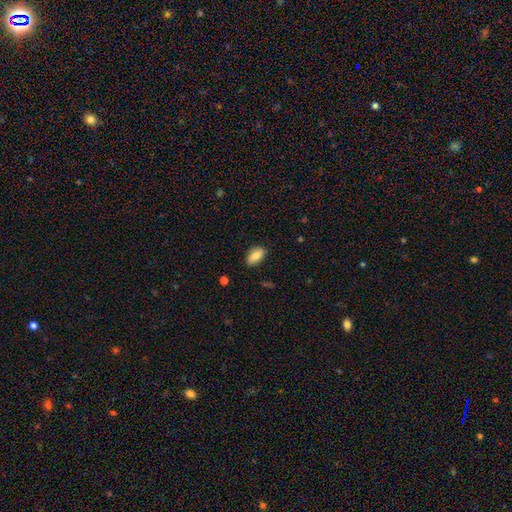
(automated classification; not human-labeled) smooth-or-featured: smooth: 82% | featured or disk: 11% | star or artifact: 7%
  how-rounded: in between: 92% | cigar-shaped: 4% | round: 4%
  merging: none: 82% | minor disturbance: 14% | major disturbance: 2% | merger: 1%